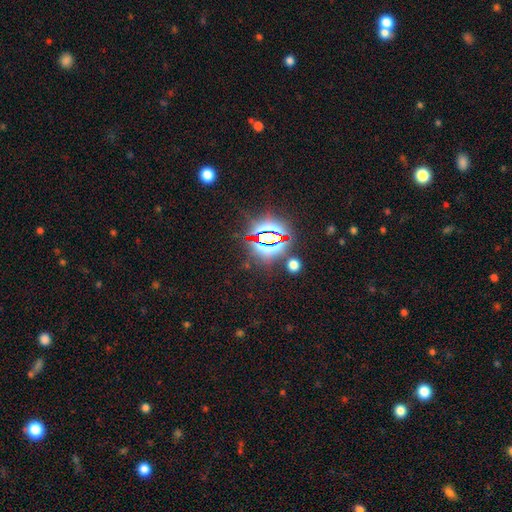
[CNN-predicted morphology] Smooth or featured? star or artifact (83%)